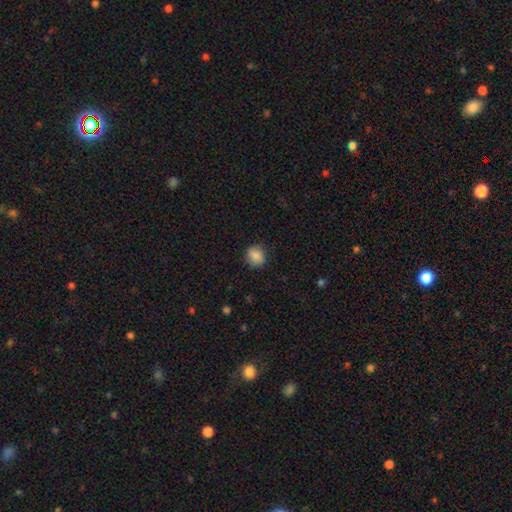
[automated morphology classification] Overall: smooth (88%). How rounded: round (76%). Merging: none (86%).